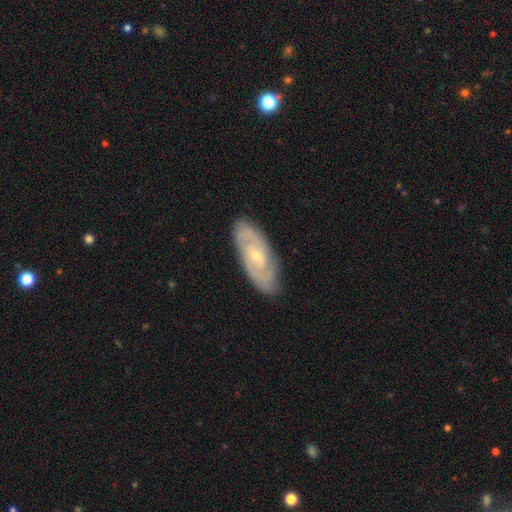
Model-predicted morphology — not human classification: Smooth or featured? featured or disk (81%)
Edge-on disk? no (91%)
Bar? no (64%)
Spiral arms? yes (92%)
Spiral winding? tight (62%)
Spiral arm count? 2 (57%)
Bulge size? small (70%)
Merging? none (83%)